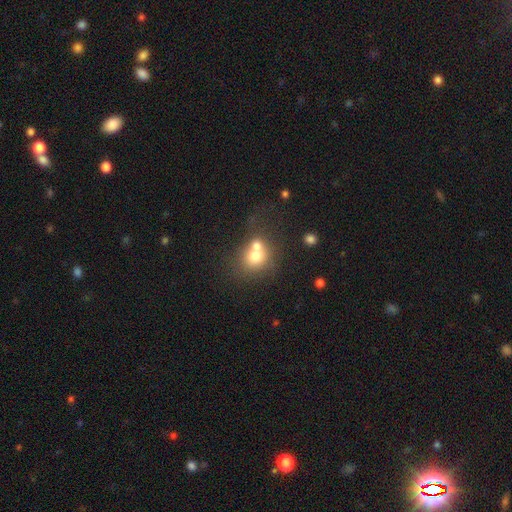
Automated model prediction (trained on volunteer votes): smooth_or_featured: smooth (p=0.69) [alt: featured or disk p=0.19]
how_rounded: round (p=0.70) [alt: in between p=0.29]
merging: merger (p=0.57) [alt: none p=0.30]